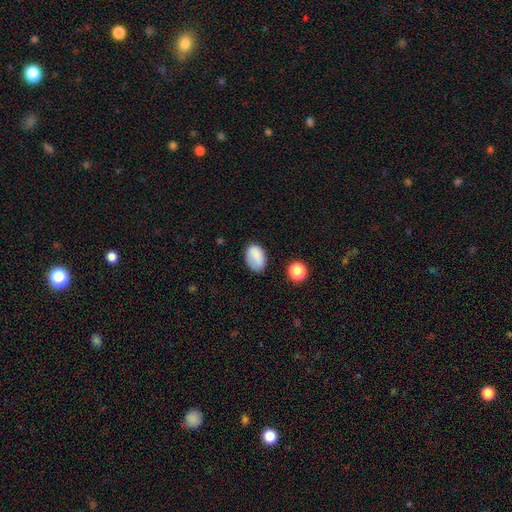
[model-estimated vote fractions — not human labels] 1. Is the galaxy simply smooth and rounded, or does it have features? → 84% smooth, 9% star or artifact, 7% featured or disk.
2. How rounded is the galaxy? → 86% in between, 13% round, 1% cigar-shaped.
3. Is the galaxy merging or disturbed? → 74% none, 18% minor disturbance, 5% major disturbance, 3% merger.